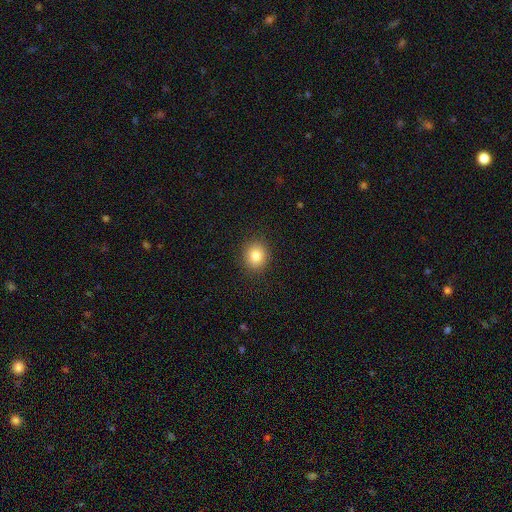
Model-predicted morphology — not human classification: Overall: smooth (83%). How rounded: round (82%). Merging: none (91%).